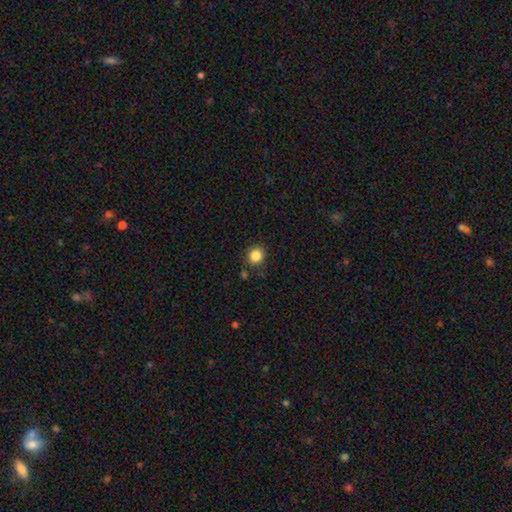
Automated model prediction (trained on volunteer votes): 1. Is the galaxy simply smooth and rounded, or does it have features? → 85% smooth, 11% star or artifact, 4% featured or disk.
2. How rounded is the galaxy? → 88% round, 11% in between, 1% cigar-shaped.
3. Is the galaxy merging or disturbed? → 85% none, 9% minor disturbance, 3% merger, 3% major disturbance.